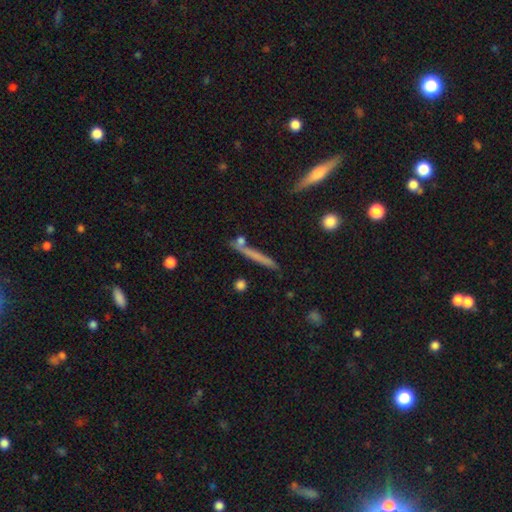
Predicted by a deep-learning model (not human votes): Smooth or featured?
  - smooth: 53% *
  - featured or disk: 39%
  - star or artifact: 8%
How rounded?
  - cigar-shaped: 94% *
  - in between: 3%
  - round: 3%
Merging?
  - none: 78% *
  - minor disturbance: 11%
  - merger: 8%
  - major disturbance: 3%